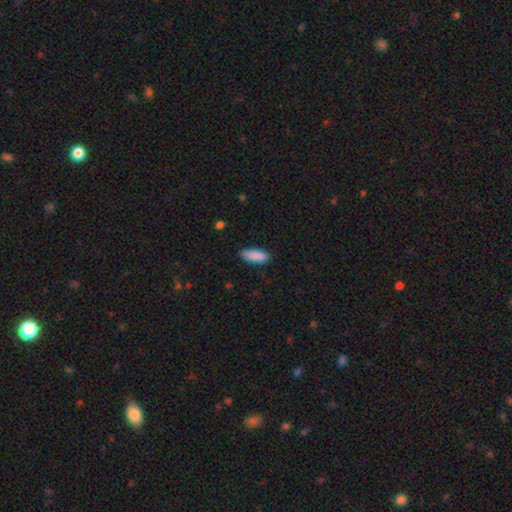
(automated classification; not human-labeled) smooth_or_featured: smooth (p=0.90) [alt: star or artifact p=0.06]
how_rounded: in between (p=0.72) [alt: cigar-shaped p=0.27]
merging: none (p=0.86) [alt: minor disturbance p=0.11]